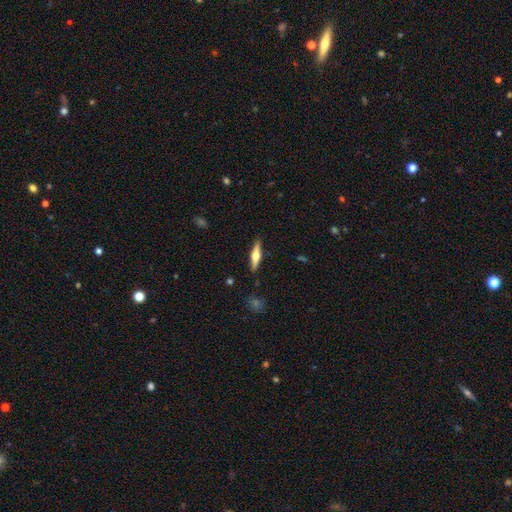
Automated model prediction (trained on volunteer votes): A featured or disk galaxy (61%) viewed edge-on (96%) with a rounded central bulge (94%).

Vote fractions:
- Smooth or featured? featured or disk: 61% / smooth: 33% / star or artifact: 6%
- Edge-on disk? yes: 96% / no: 4%
- Edge-on bulge? rounded: 94% / boxy: 4% / none: 2%
- Merging? none: 90% / minor disturbance: 8% / major disturbance: 2% / merger: 1%